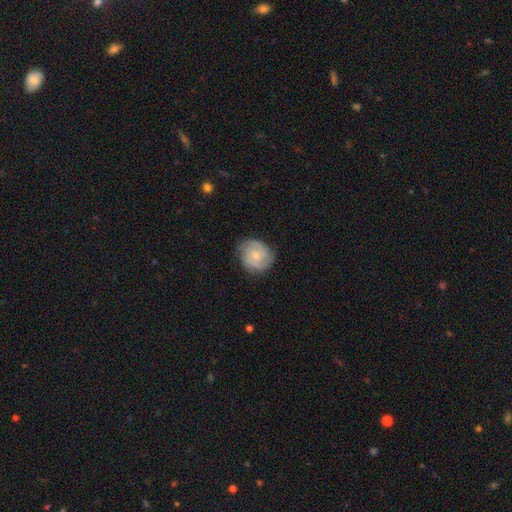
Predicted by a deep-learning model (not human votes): This is likely a featured or disk galaxy (68%). It is clearly not viewed edge-on (98%). Bar: likely no (66%). Spiral arm pattern: clearly yes (93%). Spiral arm count: marginally 2 (42%). Spiral winding: possibly tight (49%). Central bulge: possibly small (58%). Merging: likely none (79%).